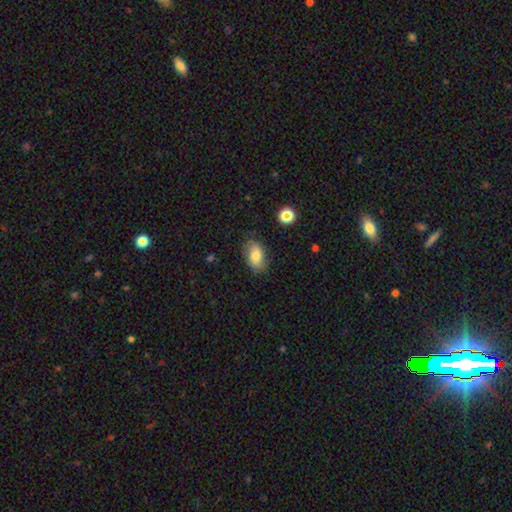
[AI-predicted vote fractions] The model was most divided on "smooth or featured": smooth: 73%, featured or disk: 18%, star or artifact: 9%. More confident: how rounded — in between (89%); merging — none (78%).